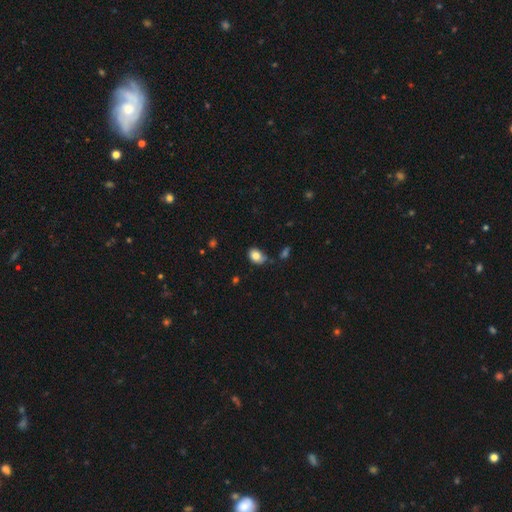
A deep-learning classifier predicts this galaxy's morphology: Smooth or featured? Predicted: smooth (p=0.81). How rounded? Predicted: in between (p=0.73). Merging? Predicted: none (p=0.57).